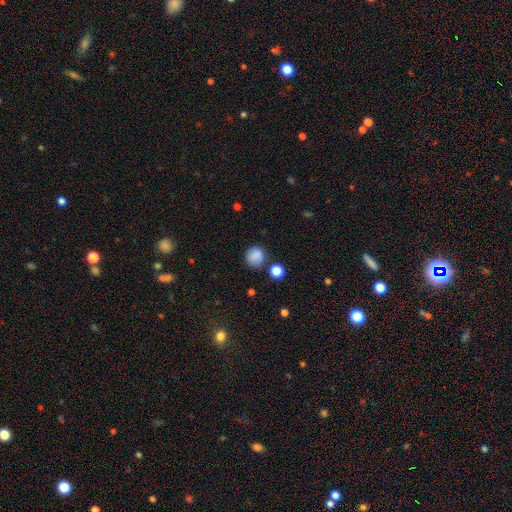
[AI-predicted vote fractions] smooth_or_featured: smooth (p=0.85) [alt: star or artifact p=0.10]
how_rounded: round (p=0.88) [alt: in between p=0.11]
merging: none (p=0.80) [alt: minor disturbance p=0.12]